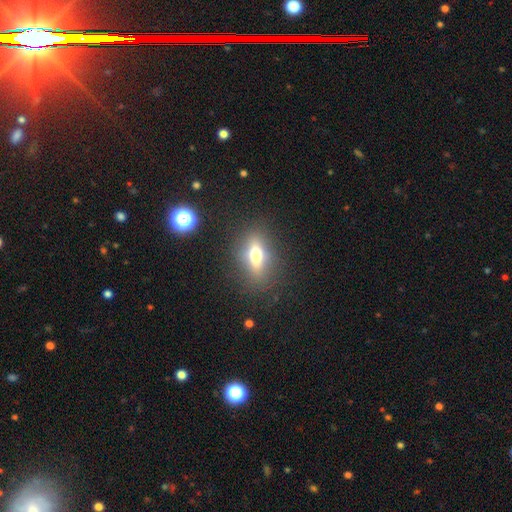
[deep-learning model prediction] smooth-or-featured: smooth: 57% | featured or disk: 30% | star or artifact: 13%
  how-rounded: in between: 65% | cigar-shaped: 20% | round: 15%
  merging: none: 81% | minor disturbance: 11% | major disturbance: 5% | merger: 2%